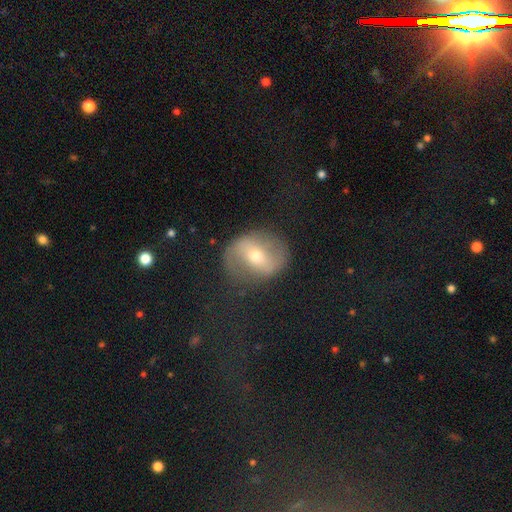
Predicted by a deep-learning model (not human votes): Smooth or featured? Predicted: featured or disk (p=0.66). Edge-on disk? Predicted: no (p=0.94). Bar? Predicted: strong (p=0.46). Spiral arms? Predicted: yes (p=0.67). Bulge size? Predicted: moderate (p=0.55). Merging? Predicted: none (p=0.78).